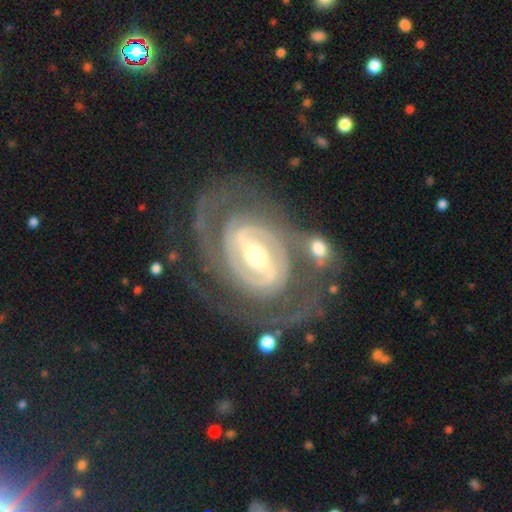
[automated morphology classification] smooth-or-featured: featured or disk: 91% | smooth: 5% | star or artifact: 4%
  disk-edge-on: no: 96% | yes: 4%
    bar: strong: 48% | weak: 36% | no: 16%
    has-spiral-arms: yes: 95% | no: 5%
      spiral-winding: tight: 69% | medium: 25% | loose: 6%
      spiral-arm-count: 2: 55% | can't tell: 17% | 3: 15% | 4: 5% | 1: 4% | more than 4: 4%
    bulge-size: moderate: 53% | small: 40% | large: 4% | none: 1% | dominant: 1%
  merging: none: 66% | minor disturbance: 16% | major disturbance: 12% | merger: 6%